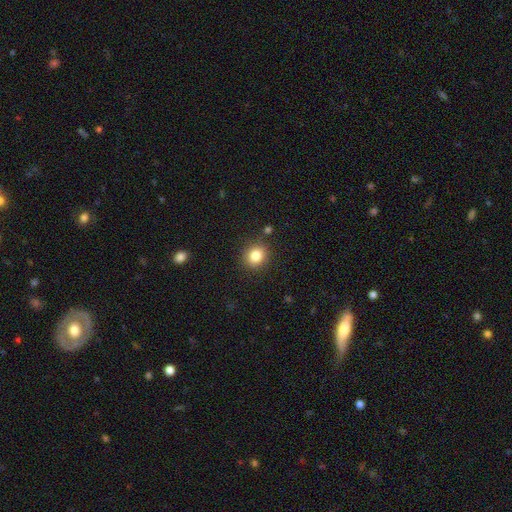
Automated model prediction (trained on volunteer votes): A smooth galaxy with no disk features (83%) that is round (81%).

Vote fractions:
- Smooth or featured? smooth: 83% / star or artifact: 11% / featured or disk: 6%
- How rounded? round: 81% / in between: 19% / cigar-shaped: 1%
- Merging? none: 87% / minor disturbance: 8% / major disturbance: 3% / merger: 2%